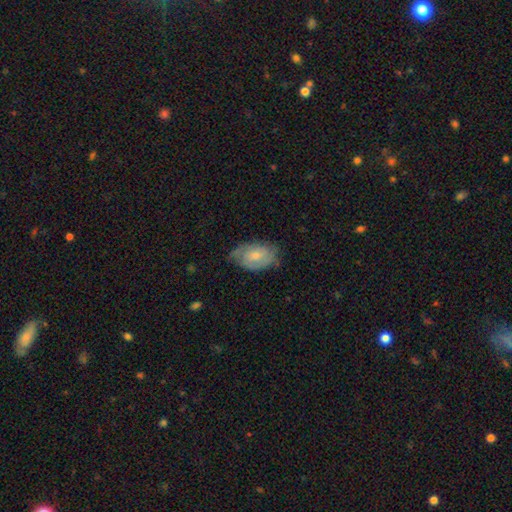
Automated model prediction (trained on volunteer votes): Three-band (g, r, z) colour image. It shows a smooth galaxy with no disk features (50%) that is in between round and cigar-shaped (89%). Merging: none (56%).